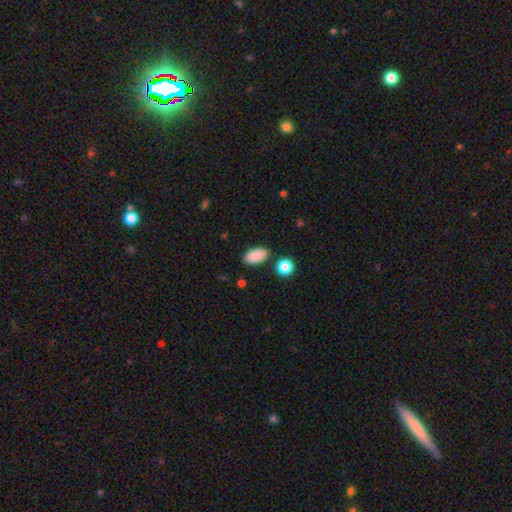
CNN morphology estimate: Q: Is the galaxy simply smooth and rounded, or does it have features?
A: smooth — 89%.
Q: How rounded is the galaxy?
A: in between — 93%.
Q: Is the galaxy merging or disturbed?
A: none — 85%.